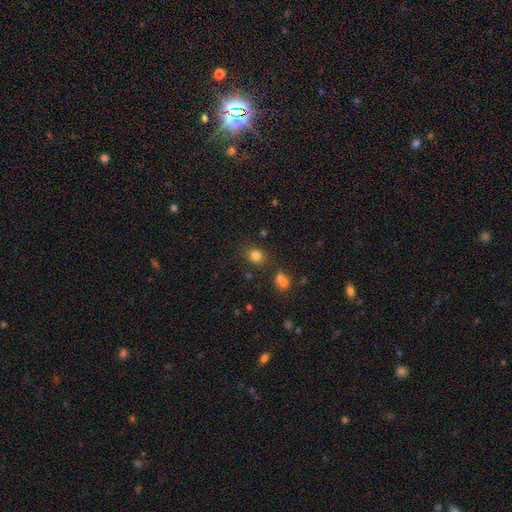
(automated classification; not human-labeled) This is likely a smooth galaxy (80%). How rounded: likely round (62%). Merging: likely none (77%).